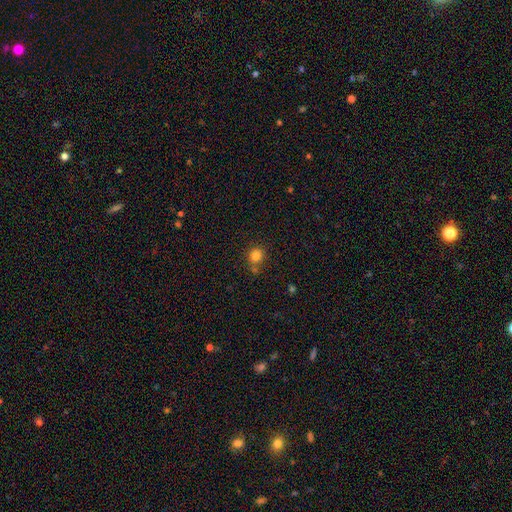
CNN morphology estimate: type=smooth (82%); roundness=round (83%); merging=none (69%).